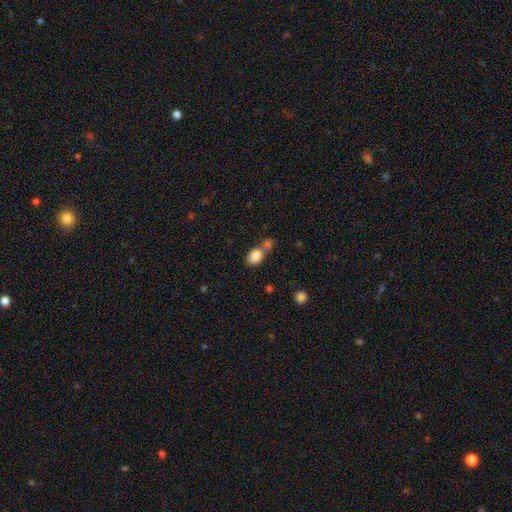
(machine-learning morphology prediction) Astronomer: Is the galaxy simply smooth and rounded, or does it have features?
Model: smooth — 84%.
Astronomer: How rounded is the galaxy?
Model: in between — 73%.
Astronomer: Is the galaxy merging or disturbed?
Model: merger — 47% (runner-up: none, 38%).